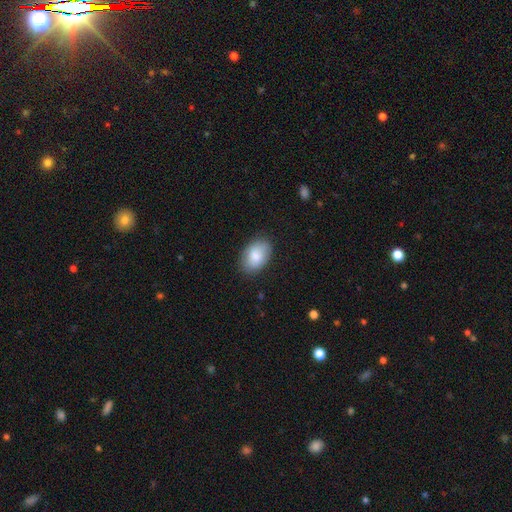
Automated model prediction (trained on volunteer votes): This is clearly a smooth galaxy (85%). How rounded: clearly in between (90%). Merging: clearly none (84%).